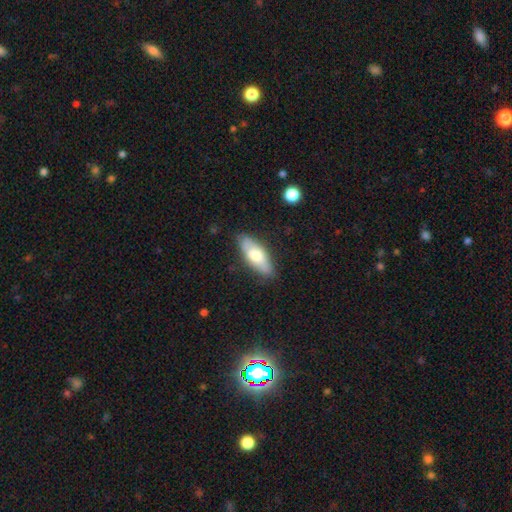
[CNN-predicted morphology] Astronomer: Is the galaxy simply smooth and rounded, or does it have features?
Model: smooth — 65%.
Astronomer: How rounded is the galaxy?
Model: in between — 75%.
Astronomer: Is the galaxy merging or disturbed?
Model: none — 82%.